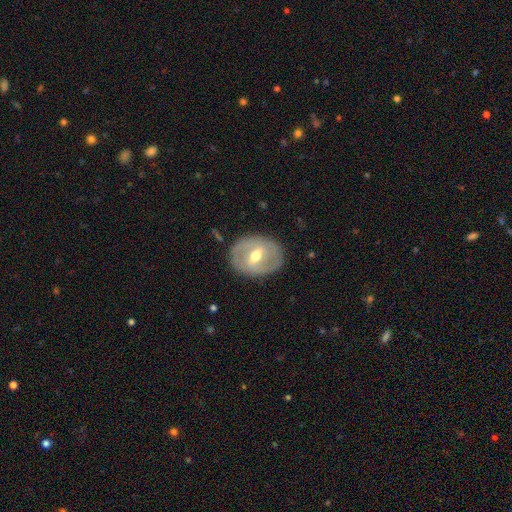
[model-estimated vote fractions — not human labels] Morphology: type=featured or disk (65%); edge-on=no (93%); bar=weak (46%); spiral arms=no (57%); bulge=moderate (74%); merging=none (82%).